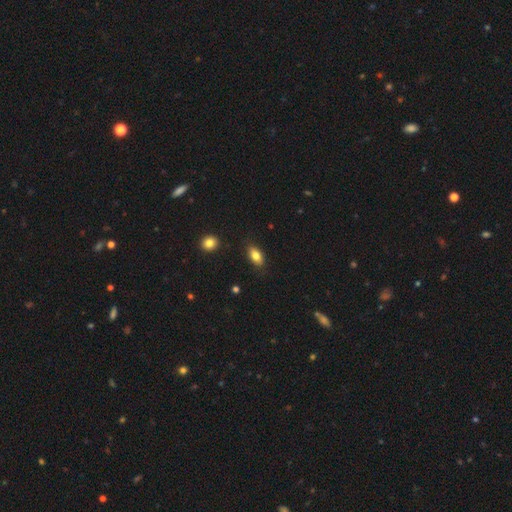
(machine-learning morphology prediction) A smooth galaxy with no disk features (82%) that is in between round and cigar-shaped (88%).

Vote fractions:
- Smooth or featured? smooth: 82% / featured or disk: 10% / star or artifact: 8%
- How rounded? in between: 88% / cigar-shaped: 6% / round: 6%
- Merging? none: 85% / minor disturbance: 11% / major disturbance: 2% / merger: 1%